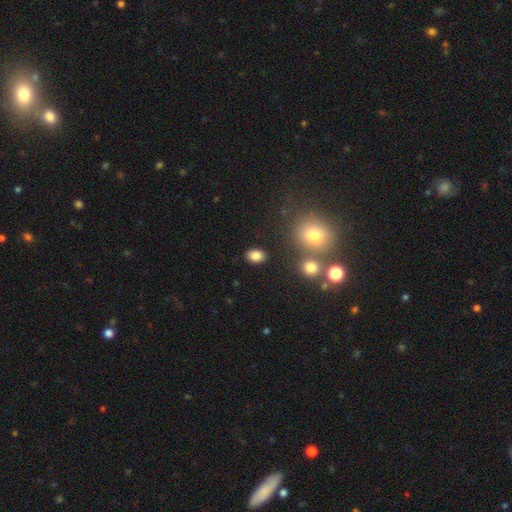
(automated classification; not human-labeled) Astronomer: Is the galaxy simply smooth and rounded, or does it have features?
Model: smooth — 84%.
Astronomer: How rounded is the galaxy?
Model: in between — 72%.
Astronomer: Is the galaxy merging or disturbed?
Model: none — 86%.